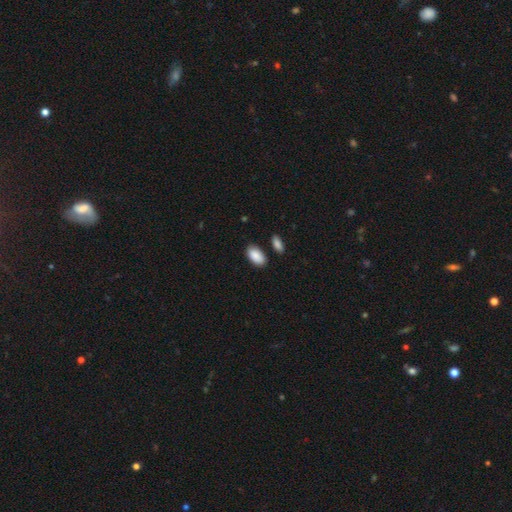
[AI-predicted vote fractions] smooth 90%, star or artifact 6%, featured or disk 4%. Down the decision tree: how rounded — in between (95%); merging — none (80%).